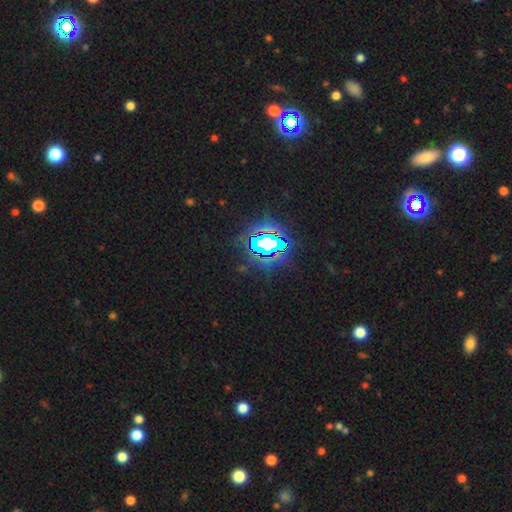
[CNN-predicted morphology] A star or artifact, not a galaxy (83%).

Vote fractions:
- Smooth or featured? star or artifact: 83% / smooth: 10% / featured or disk: 7%